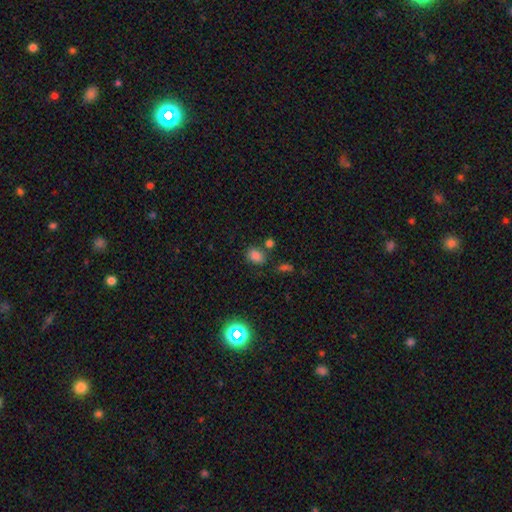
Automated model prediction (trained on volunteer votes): smooth-or-featured: smooth: 78% | star or artifact: 15% | featured or disk: 7%
  how-rounded: in between: 57% | round: 42% | cigar-shaped: 1%
  merging: none: 72% | minor disturbance: 13% | merger: 11% | major disturbance: 4%